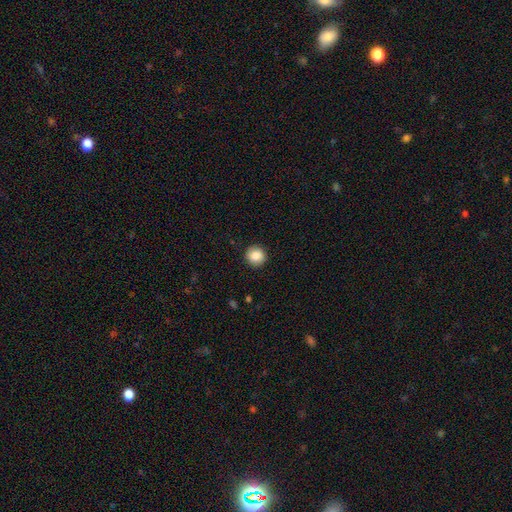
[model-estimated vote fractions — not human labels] The model was most divided on "smooth or featured": smooth: 87%, star or artifact: 9%, featured or disk: 4%. More confident: how rounded — round (92%); merging — none (91%).